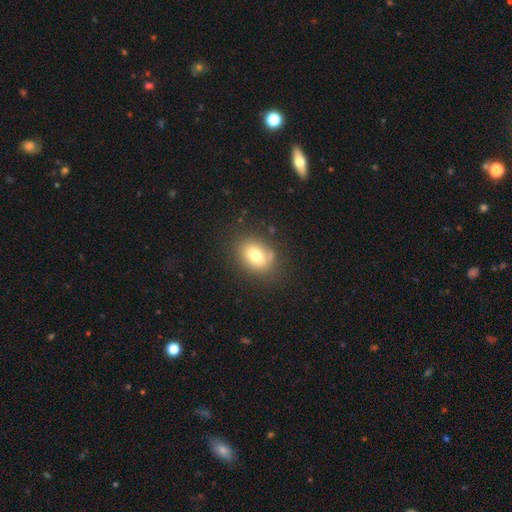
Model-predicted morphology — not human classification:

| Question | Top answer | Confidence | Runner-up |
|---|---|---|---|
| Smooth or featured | smooth | 73% | featured or disk (16%) |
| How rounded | in between | 67% | round (32%) |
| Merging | none | 76% | minor disturbance (15%) |